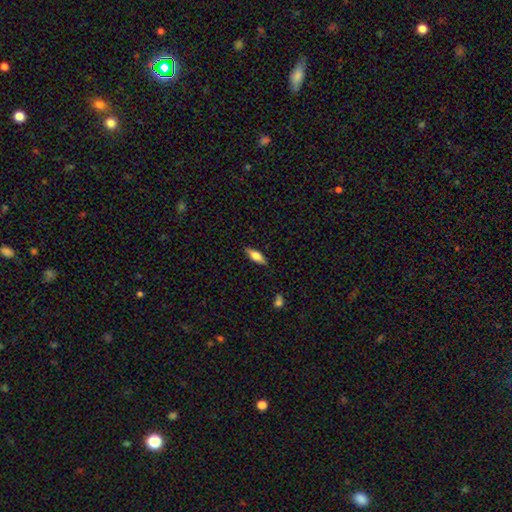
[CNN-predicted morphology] A smooth galaxy with no disk features (67%) that is in between round and cigar-shaped (68%).

Vote fractions:
- Smooth or featured? smooth: 67% / featured or disk: 26% / star or artifact: 7%
- How rounded? in between: 68% / cigar-shaped: 29% / round: 3%
- Merging? none: 86% / minor disturbance: 11% / major disturbance: 2% / merger: 1%